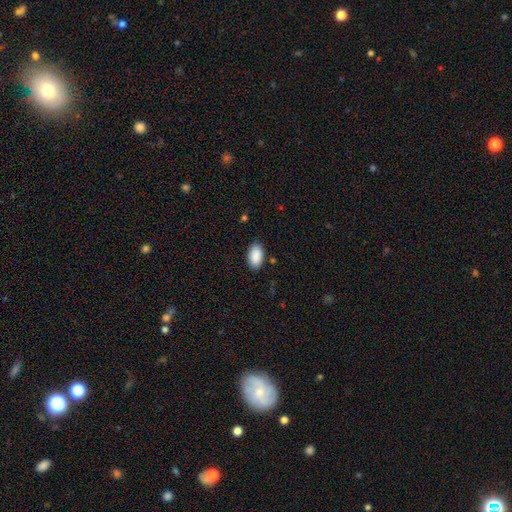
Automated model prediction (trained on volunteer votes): Q: Smooth or featured?
A: smooth (90%); runner-up: star or artifact (6%)
Q: How rounded?
A: in between (95%); runner-up: round (4%)
Q: Merging?
A: none (87%); runner-up: minor disturbance (10%)